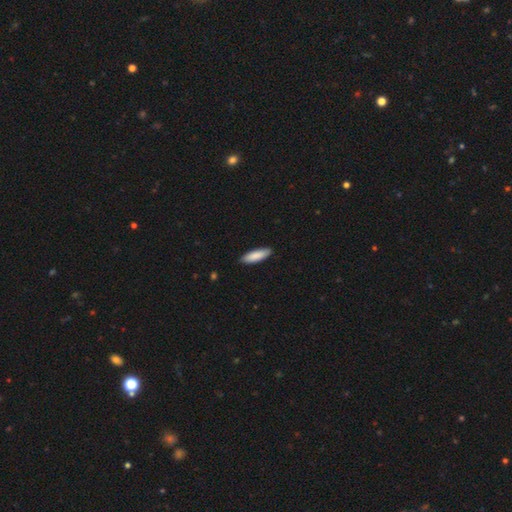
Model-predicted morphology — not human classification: smooth-or-featured: smooth: 88% | featured or disk: 7% | star or artifact: 5%
  how-rounded: cigar-shaped: 50% | in between: 49% | round: 1%
  merging: none: 88% | minor disturbance: 9% | major disturbance: 1% | merger: 1%